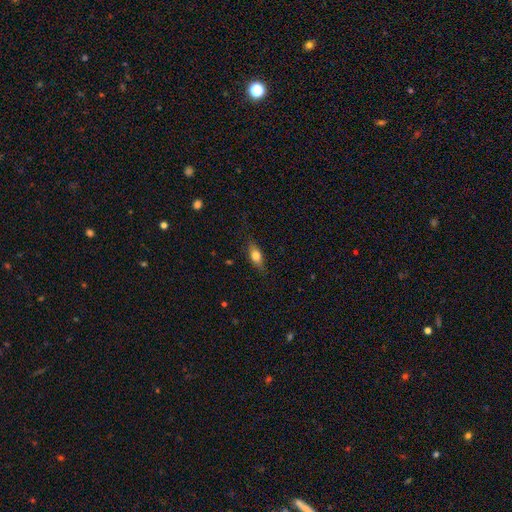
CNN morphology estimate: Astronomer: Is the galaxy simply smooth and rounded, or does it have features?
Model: smooth — 71%.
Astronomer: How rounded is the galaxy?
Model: in between — 74%.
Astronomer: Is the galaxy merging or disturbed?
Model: none — 80%.